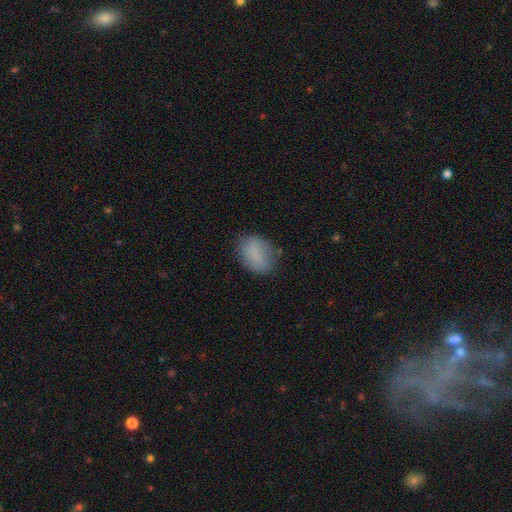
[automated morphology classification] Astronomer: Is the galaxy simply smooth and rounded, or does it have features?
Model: smooth — 81%.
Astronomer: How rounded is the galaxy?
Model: in between — 72%.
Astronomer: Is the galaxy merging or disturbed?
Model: none — 71%.